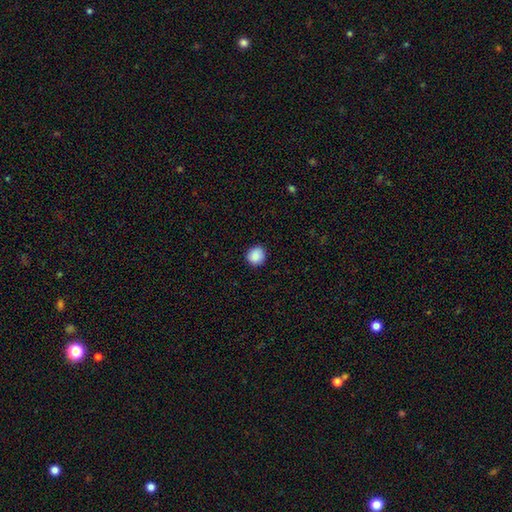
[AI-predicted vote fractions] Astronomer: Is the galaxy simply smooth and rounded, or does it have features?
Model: smooth — 88%.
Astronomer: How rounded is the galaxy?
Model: round — 92%.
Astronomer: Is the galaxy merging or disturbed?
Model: none — 90%.